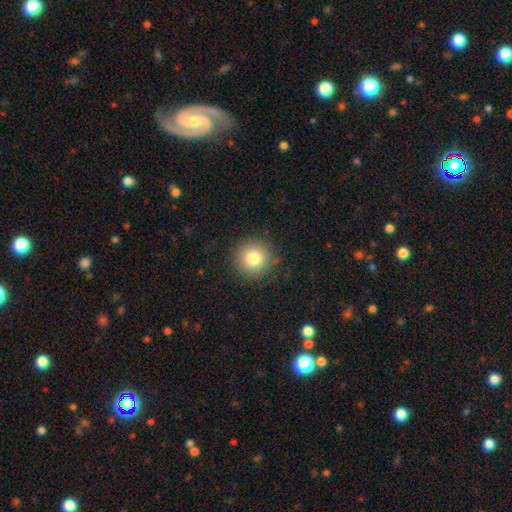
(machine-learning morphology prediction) This appears to be a smooth galaxy with no disk features (80%) that is round (95%). Merging: none (87%).